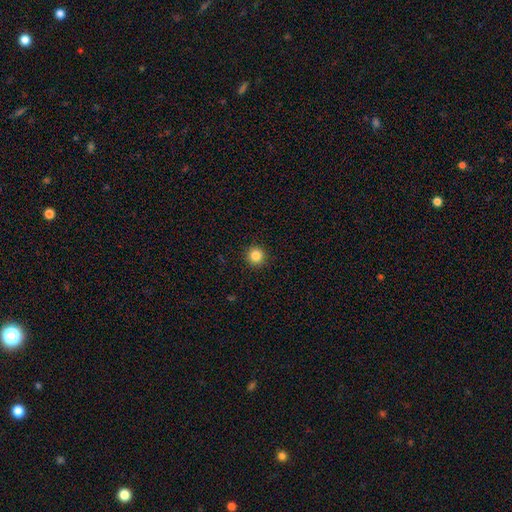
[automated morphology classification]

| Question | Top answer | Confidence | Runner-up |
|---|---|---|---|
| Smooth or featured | smooth | 86% | star or artifact (11%) |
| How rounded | round | 95% | in between (4%) |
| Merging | none | 93% | minor disturbance (4%) |